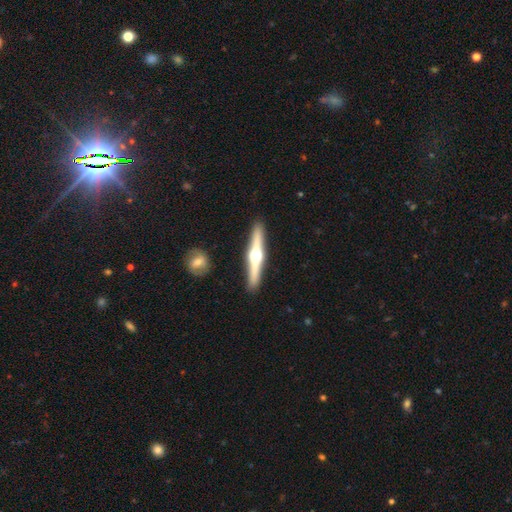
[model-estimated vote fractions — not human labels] This is likely a featured or disk galaxy (76%). It is clearly viewed edge-on (98%). Edge-on bulge: clearly rounded (96%). Merging: clearly none (91%).